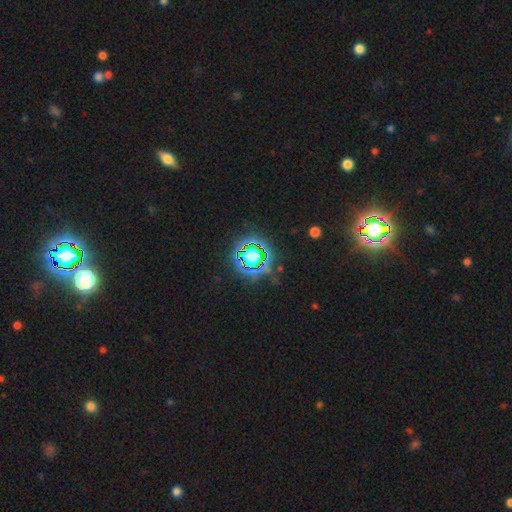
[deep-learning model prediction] Smooth or featured? star or artifact (70%)